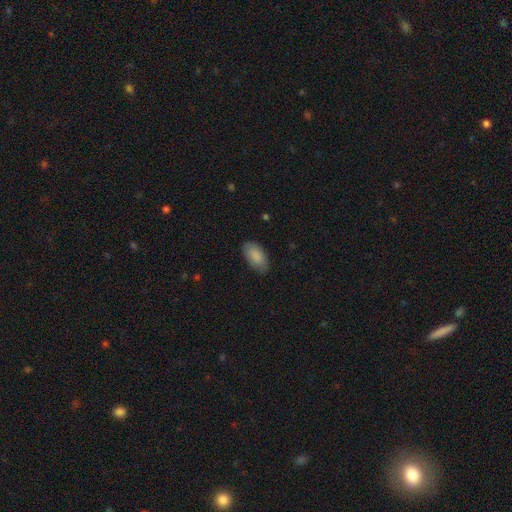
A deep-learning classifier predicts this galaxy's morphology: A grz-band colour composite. It shows a smooth galaxy with no disk features (87%) that is in between round and cigar-shaped (95%). Merging: none (78%).